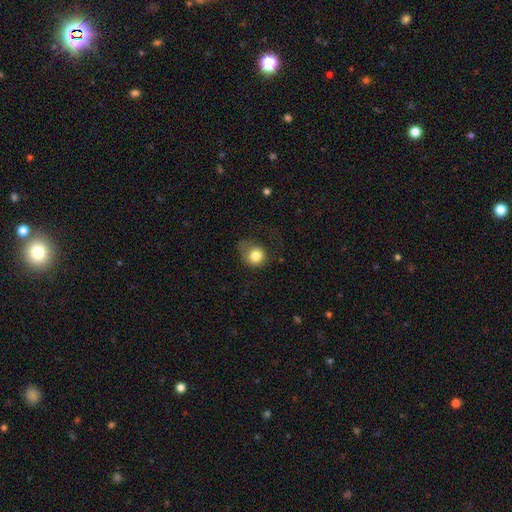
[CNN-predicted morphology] Smooth or featured?
  - smooth: 81% *
  - featured or disk: 10%
  - star or artifact: 10%
How rounded?
  - round: 80% *
  - in between: 19%
  - cigar-shaped: 1%
Merging?
  - none: 41% *
  - minor disturbance: 29%
  - major disturbance: 28%
  - merger: 2%